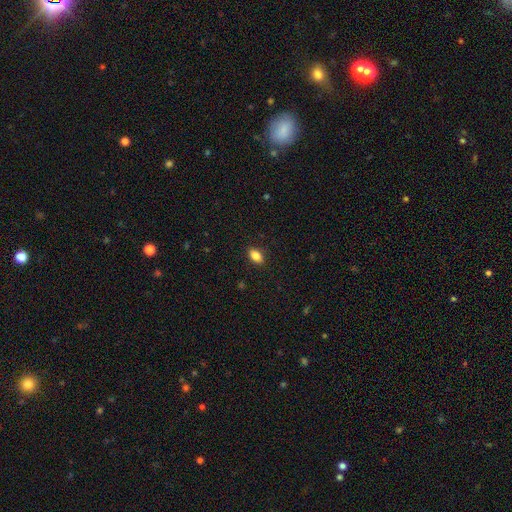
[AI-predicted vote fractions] smooth_or_featured: smooth (p=0.85) [alt: star or artifact p=0.09]
how_rounded: in between (p=0.88) [alt: round p=0.09]
merging: none (p=0.89) [alt: minor disturbance p=0.08]